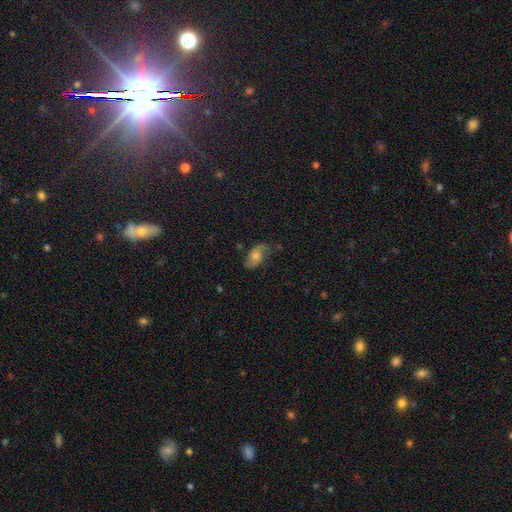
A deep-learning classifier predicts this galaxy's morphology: The model was most divided on "spiral winding": loose: 48%, medium: 37%, tight: 15%. Remaining: edge-on disk — no (93%); spiral arms — yes (89%); spiral arm count — 2 (87%); merging — none (70%); bar — no (68%); smooth or featured — featured or disk (61%); bulge size — moderate (50%).